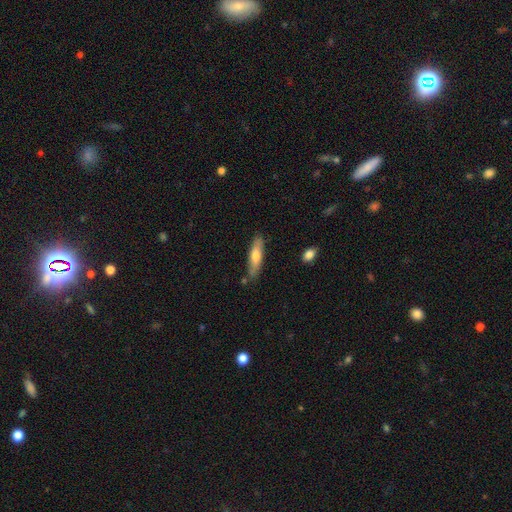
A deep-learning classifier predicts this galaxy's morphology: This is likely a smooth galaxy (67%). How rounded: likely cigar-shaped (67%). Merging: likely none (79%).